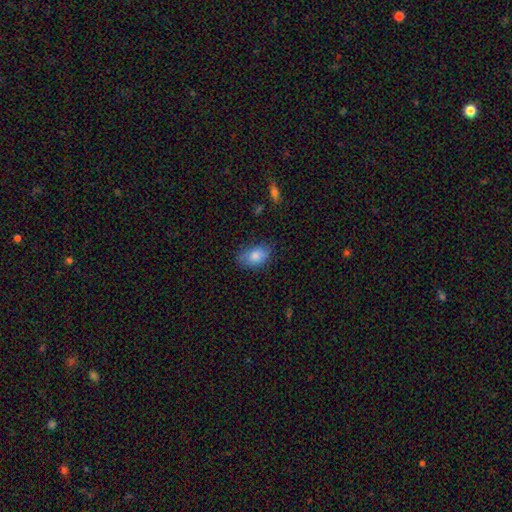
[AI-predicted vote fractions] Q: Smooth or featured?
A: smooth (82%); runner-up: featured or disk (10%)
Q: How rounded?
A: in between (87%); runner-up: round (12%)
Q: Merging?
A: none (74%); runner-up: minor disturbance (20%)